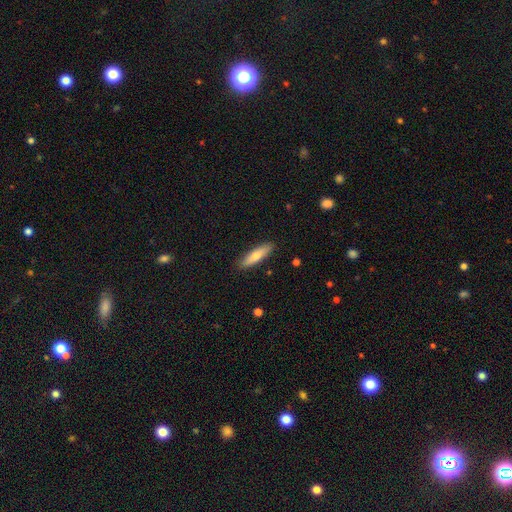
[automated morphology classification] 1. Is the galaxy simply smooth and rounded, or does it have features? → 67% smooth, 27% featured or disk, 6% star or artifact.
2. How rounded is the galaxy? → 69% cigar-shaped, 30% in between, 2% round.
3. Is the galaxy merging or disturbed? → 88% none, 9% minor disturbance, 2% major disturbance, 1% merger.